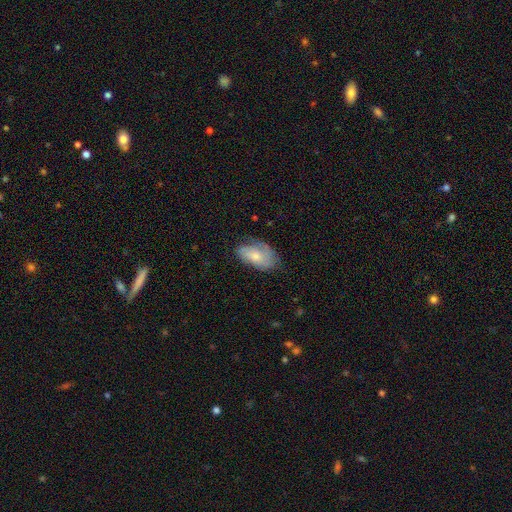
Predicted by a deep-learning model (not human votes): This is possibly a smooth galaxy (51%). How rounded: clearly in between (92%). Merging: possibly none (58%).